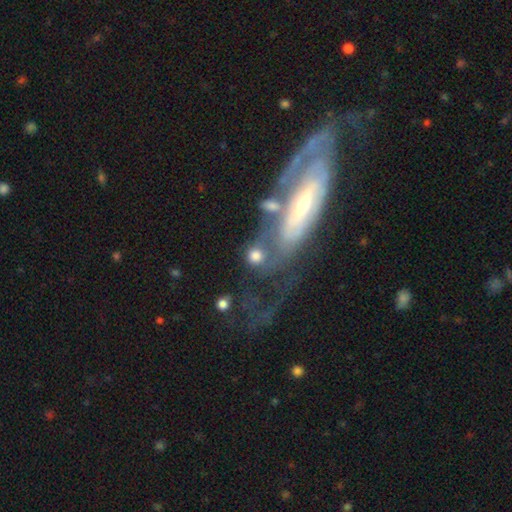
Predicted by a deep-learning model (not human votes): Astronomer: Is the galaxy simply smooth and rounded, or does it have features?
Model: smooth — 64%.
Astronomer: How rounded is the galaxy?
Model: round — 75%.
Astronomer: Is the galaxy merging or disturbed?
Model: none — 41% (runner-up: merger, 26%).